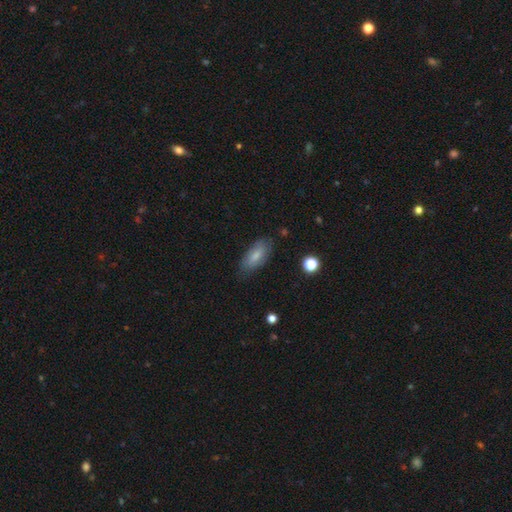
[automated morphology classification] Smooth or featured? Predicted: smooth (p=0.73). How rounded? Predicted: in between (p=0.85). Merging? Predicted: none (p=0.76).